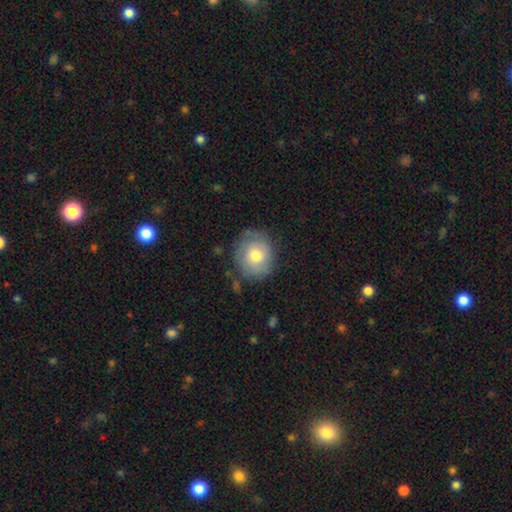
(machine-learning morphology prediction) smooth 64%, featured or disk 28%, star or artifact 7%. Down the decision tree: how rounded — round (76%); merging — none (74%).